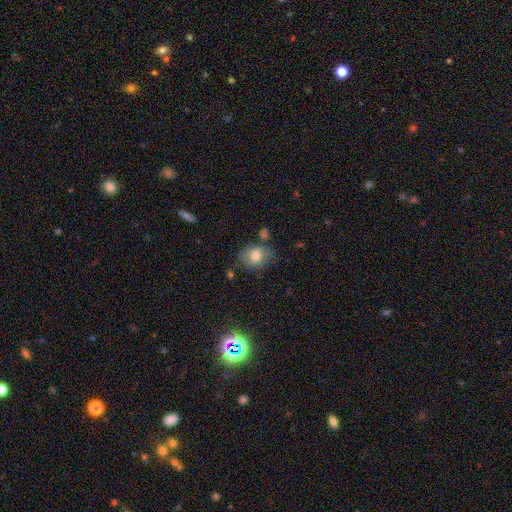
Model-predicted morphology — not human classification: Smooth or featured? smooth (72%)
How rounded? in between (51%)
Merging? none (66%)